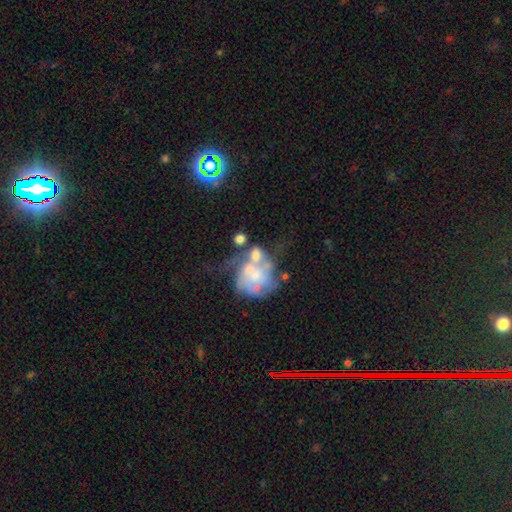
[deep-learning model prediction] Smooth or featured? featured or disk (64%)
Edge-on disk? no (98%)
Bar? no (85%)
Spiral arms? no (63%)
Bulge size? none (33%)
Merging? merger (33%)